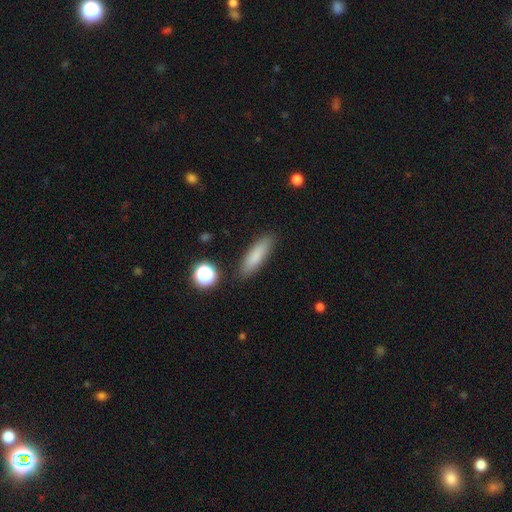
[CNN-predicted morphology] smooth-or-featured: smooth: 82% | featured or disk: 9% | star or artifact: 8%
  how-rounded: cigar-shaped: 61% | in between: 37% | round: 2%
  merging: none: 87% | minor disturbance: 9% | major disturbance: 2% | merger: 2%